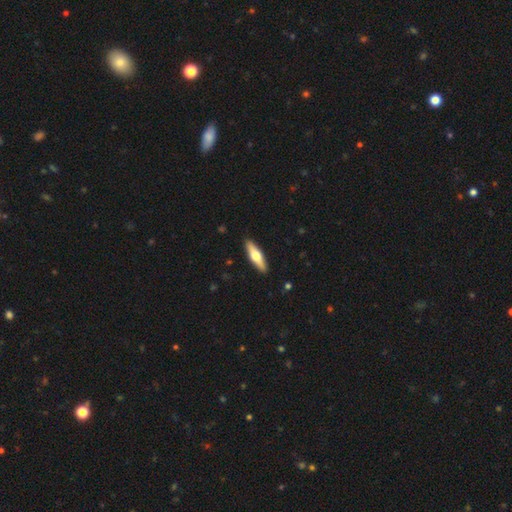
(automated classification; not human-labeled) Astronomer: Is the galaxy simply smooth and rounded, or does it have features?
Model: smooth — 49% (runner-up: featured or disk, 47%).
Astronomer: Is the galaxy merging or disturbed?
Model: none — 91%.